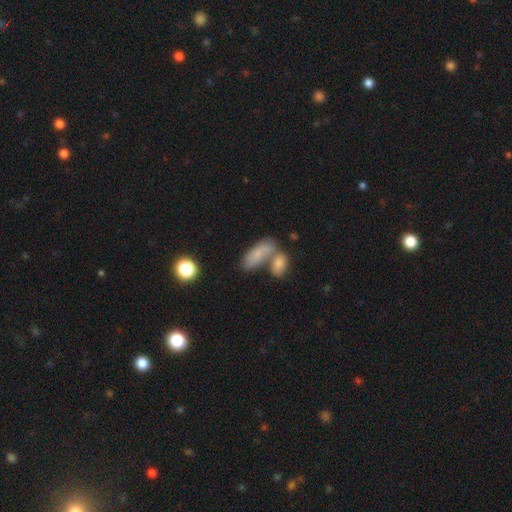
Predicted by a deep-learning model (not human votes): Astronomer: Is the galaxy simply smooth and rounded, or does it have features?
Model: smooth — 77%.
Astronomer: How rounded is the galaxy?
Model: in between — 81%.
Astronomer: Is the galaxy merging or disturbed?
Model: merger — 47% (runner-up: none, 35%).